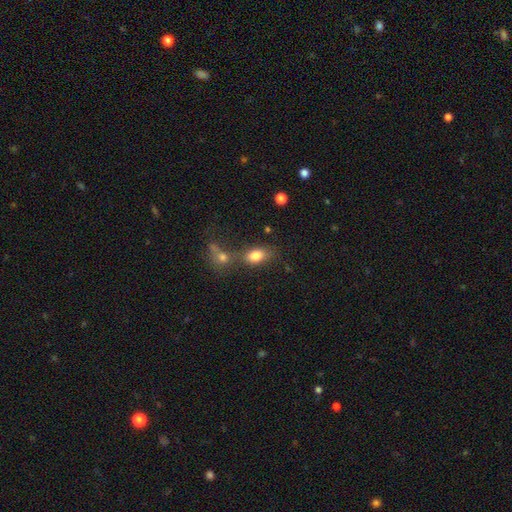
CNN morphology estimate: This appears to be a smooth galaxy with no disk features (81%) that is in between round and cigar-shaped (82%). Merging: none (52%).